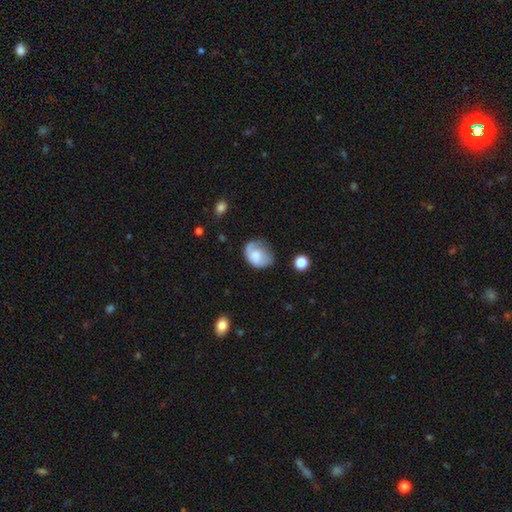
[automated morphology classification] Smooth or featured: smooth — 56% (featured or disk — 37%)
How rounded: in between — 62% (round — 37%)
Merging: none — 39% (minor disturbance — 34%)